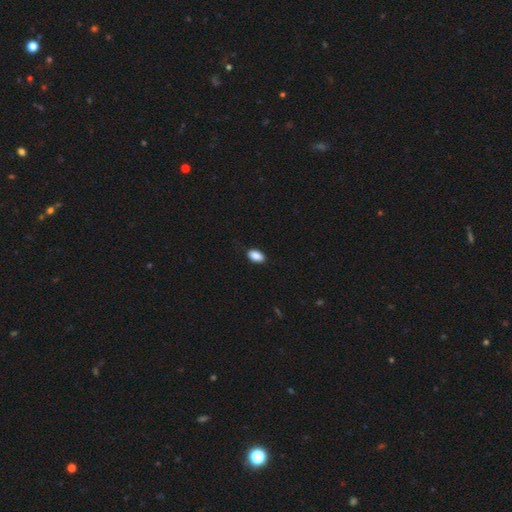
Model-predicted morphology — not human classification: smooth_or_featured: smooth (p=0.89) [alt: star or artifact p=0.08]
how_rounded: in between (p=0.93) [alt: round p=0.05]
merging: none (p=0.86) [alt: minor disturbance p=0.11]